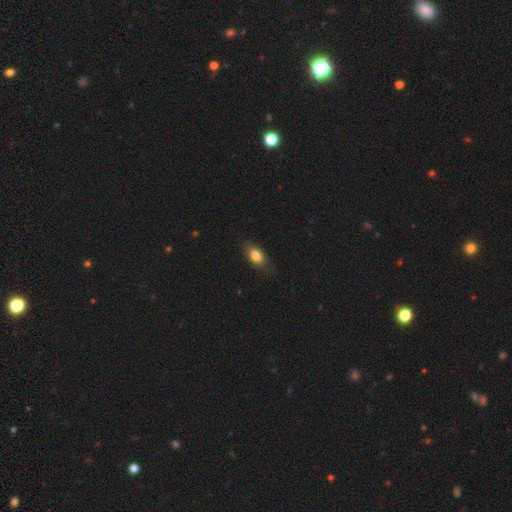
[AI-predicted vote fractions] This appears to be a smooth galaxy with no disk features (78%) that is in between round and cigar-shaped (81%). Merging: none (77%).